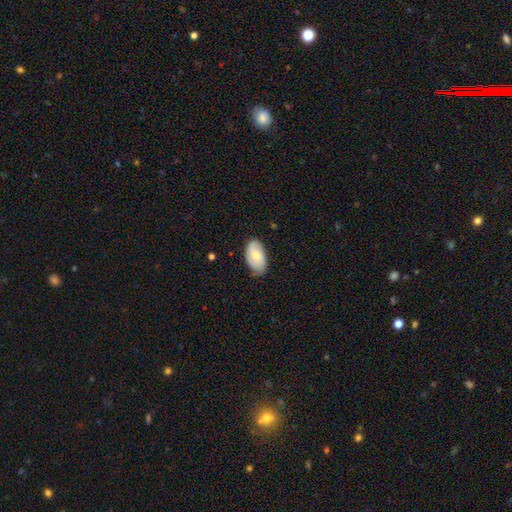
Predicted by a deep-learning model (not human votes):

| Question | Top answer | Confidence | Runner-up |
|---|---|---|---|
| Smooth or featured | smooth | 52% | featured or disk (42%) |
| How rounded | in between | 93% | round (5%) |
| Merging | none | 68% | minor disturbance (26%) |